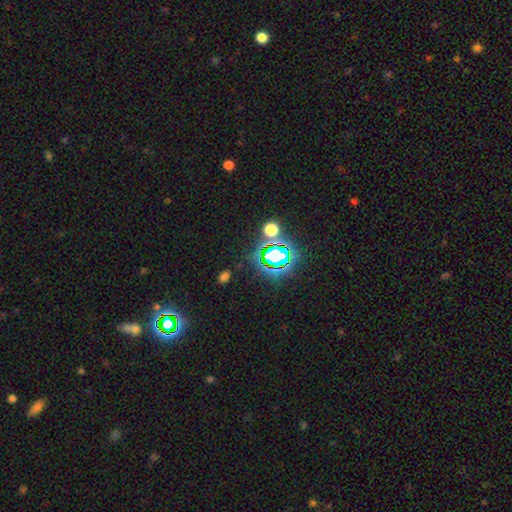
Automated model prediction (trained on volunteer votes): Smooth or featured? Predicted: star or artifact (p=0.75).